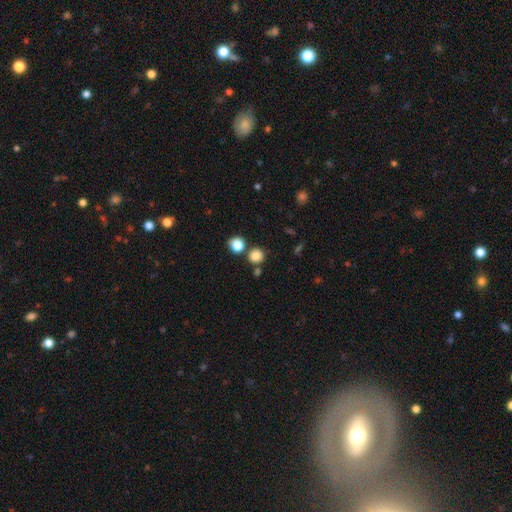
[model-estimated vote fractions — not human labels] The model was most divided on "merging": none: 76%, merger: 12%, minor disturbance: 8%, major disturbance: 3%. More confident: how rounded — round (89%); smooth or featured — smooth (82%).